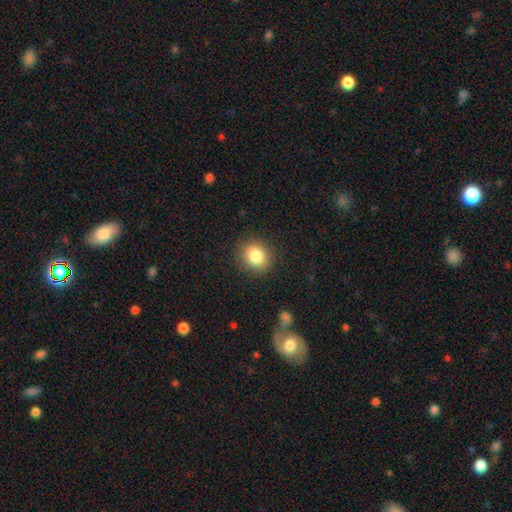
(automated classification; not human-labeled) A smooth galaxy with no disk features (84%) that is round (74%). Merging: none (88%).